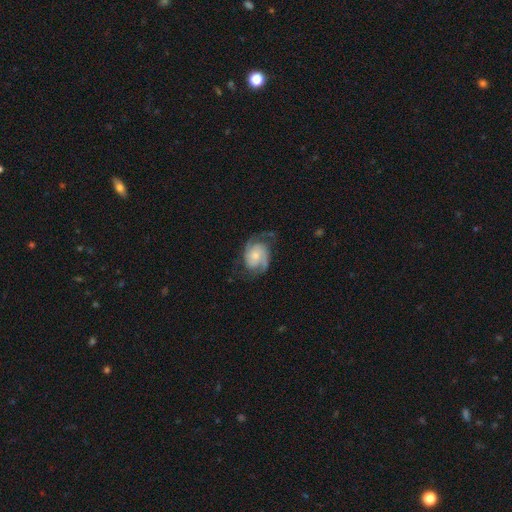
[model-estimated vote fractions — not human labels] Smooth or featured?
  - featured or disk: 81% *
  - smooth: 13%
  - star or artifact: 6%
Edge-on disk?
  - no: 98% *
  - yes: 2%
Bar?
  - no: 71% *
  - weak: 24%
  - strong: 5%
Spiral arms?
  - yes: 96% *
  - no: 4%
Spiral winding?
  - medium: 47% *
  - tight: 33%
  - loose: 20%
Spiral arm count?
  - 2: 83% *
  - can't tell: 6%
  - 3: 5%
  - 1: 3%
  - 4: 2%
  - more than 4: 2%
Bulge size?
  - small: 49% *
  - moderate: 34%
  - large: 8%
  - none: 8%
  - dominant: 2%
Merging?
  - none: 65% *
  - minor disturbance: 20%
  - major disturbance: 14%
  - merger: 1%